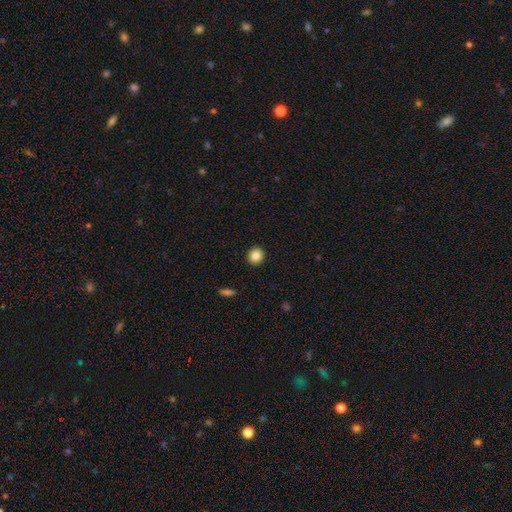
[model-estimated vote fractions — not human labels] smooth_or_featured: smooth (p=0.86) [alt: star or artifact p=0.09]
how_rounded: round (p=0.88) [alt: in between p=0.11]
merging: none (p=0.93) [alt: minor disturbance p=0.05]